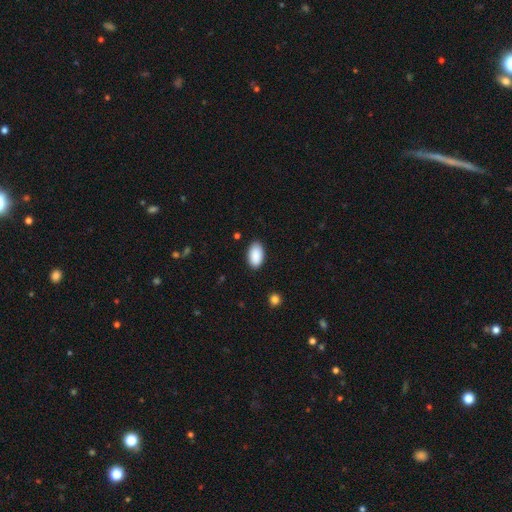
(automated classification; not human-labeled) Smooth or featured? smooth (91%)
How rounded? in between (95%)
Merging? none (87%)